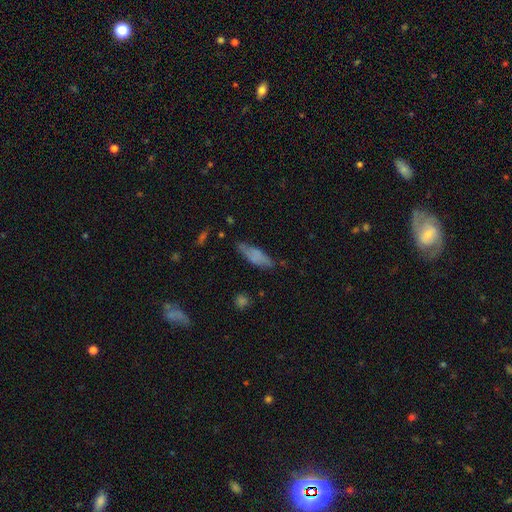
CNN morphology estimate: The model was most divided on "how rounded": cigar-shaped: 49%, in between: 48%, round: 2%. More confident: smooth or featured — smooth (70%); merging — none (63%).